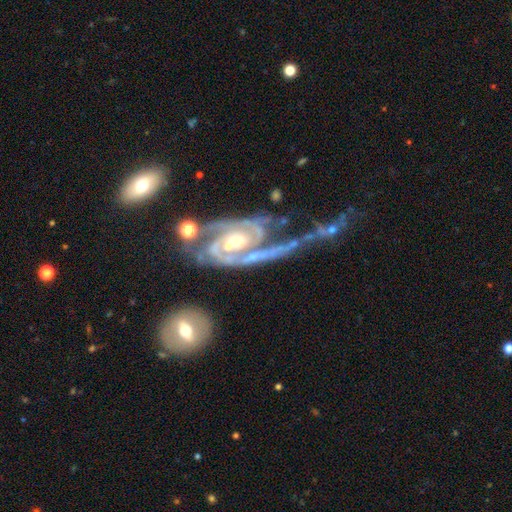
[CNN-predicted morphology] featured or disk 91%, star or artifact 5%, smooth 4%. Down the decision tree: edge-on disk — no (96%); bar — no (54%); spiral arms — yes (97%); spiral arm count — 2 (67%); spiral winding — tight (45%); bulge size — small (49%); merging — major disturbance (36%).